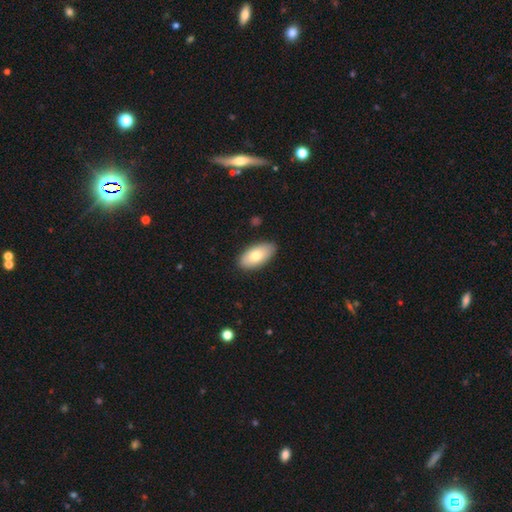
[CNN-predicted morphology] smooth 77%, featured or disk 17%, star or artifact 6%. Down the decision tree: how rounded — in between (93%); merging — none (88%).